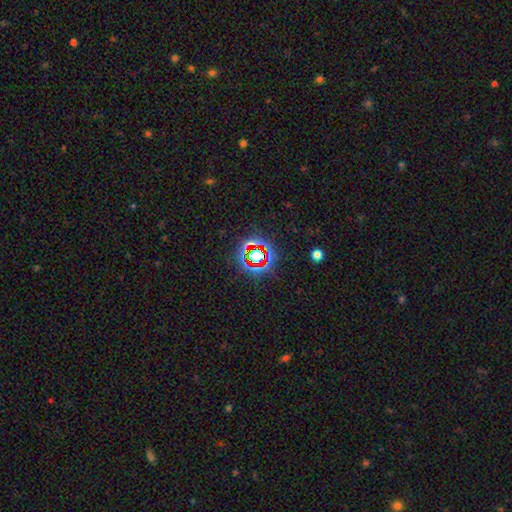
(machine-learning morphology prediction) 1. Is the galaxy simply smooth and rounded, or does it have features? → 72% star or artifact, 17% smooth, 11% featured or disk.